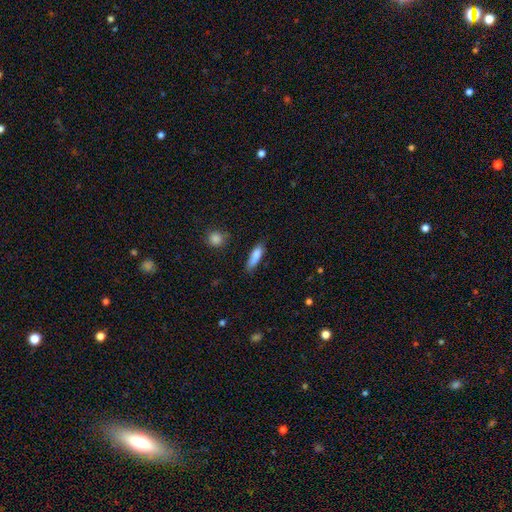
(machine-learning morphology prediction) Smooth or featured: smooth — 83% (featured or disk — 9%)
How rounded: cigar-shaped — 63% (in between — 35%)
Merging: none — 70% (minor disturbance — 22%)